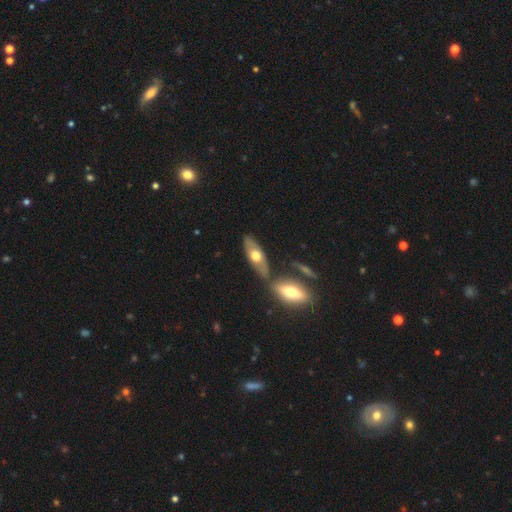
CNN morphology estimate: Smooth or featured: smooth — 52% (featured or disk — 42%)
How rounded: in between — 72% (cigar-shaped — 24%)
Merging: none — 68% (merger — 17%)